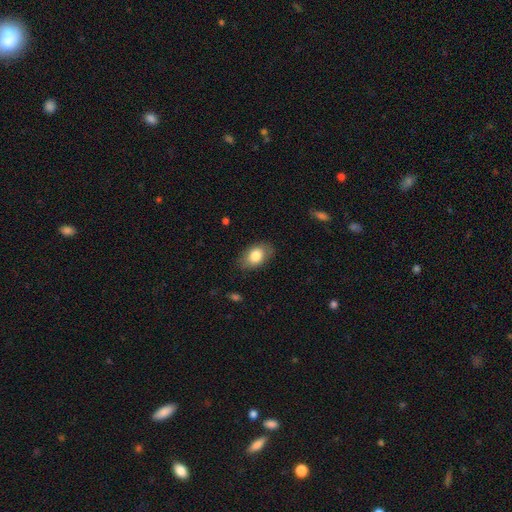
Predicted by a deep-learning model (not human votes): This is clearly a smooth galaxy (82%). How rounded: clearly in between (88%). Merging: clearly none (82%).